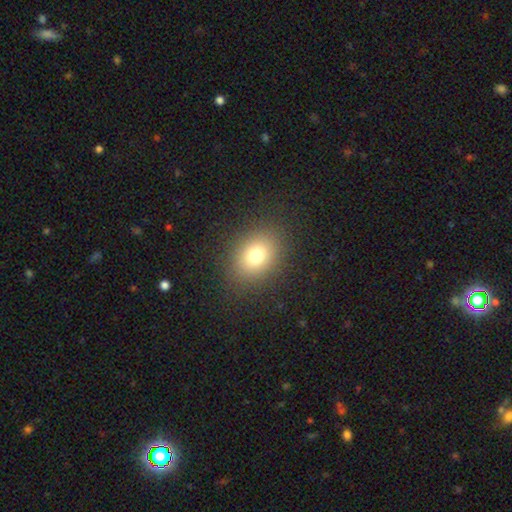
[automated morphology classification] smooth_or_featured: smooth (p=0.74) [alt: star or artifact p=0.15]
how_rounded: in between (p=0.55) [alt: round p=0.44]
merging: none (p=0.87) [alt: minor disturbance p=0.08]